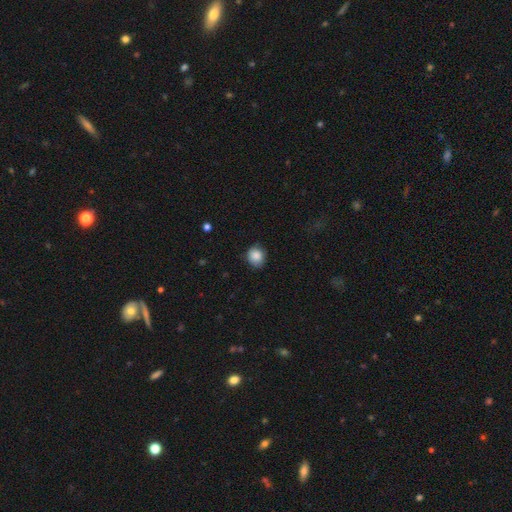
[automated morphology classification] This is clearly a smooth galaxy (87%). How rounded: likely round (79%). Merging: clearly none (81%).